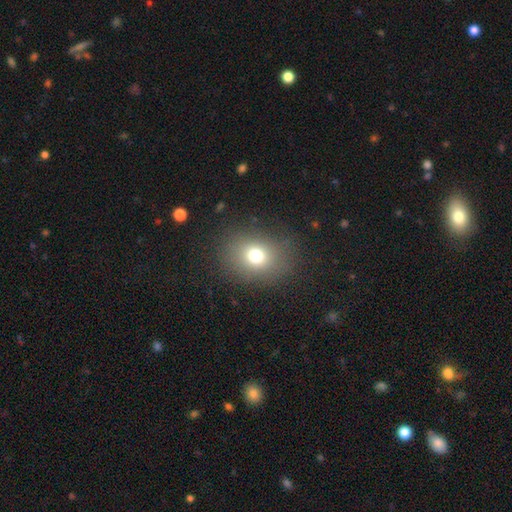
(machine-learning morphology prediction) Smooth or featured? smooth (73%)
How rounded? round (56%)
Merging? none (83%)